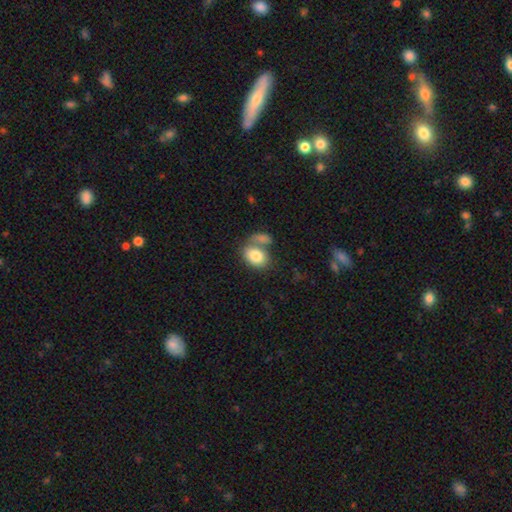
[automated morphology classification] Smooth or featured? Predicted: smooth (p=0.82). How rounded? Predicted: in between (p=0.80). Merging? Predicted: merger (p=0.41).